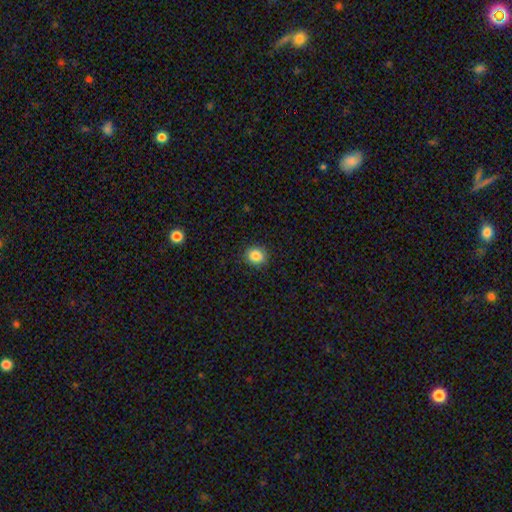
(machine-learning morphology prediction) Smooth or featured? Predicted: smooth (p=0.85). How rounded? Predicted: round (p=0.81). Merging? Predicted: none (p=0.91).